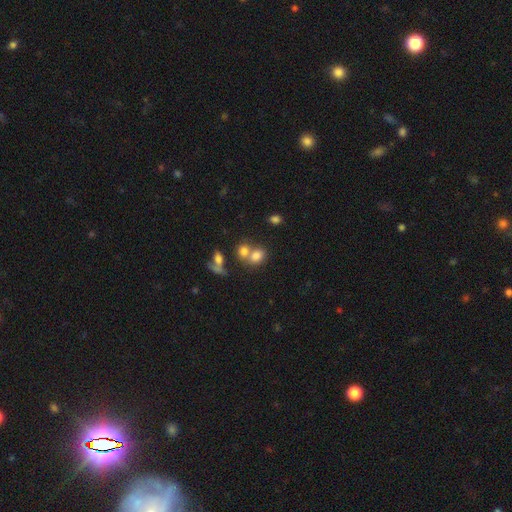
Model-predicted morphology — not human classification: Smooth or featured: smooth — 75% (star or artifact — 13%)
How rounded: in between — 54% (round — 44%)
Merging: merger — 51% (none — 35%)